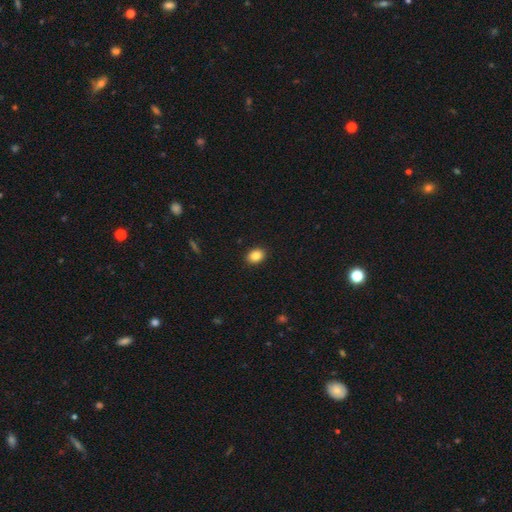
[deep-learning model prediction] smooth_or_featured: smooth (p=0.85) [alt: star or artifact p=0.09]
how_rounded: in between (p=0.59) [alt: round p=0.40]
merging: none (p=0.91) [alt: minor disturbance p=0.07]